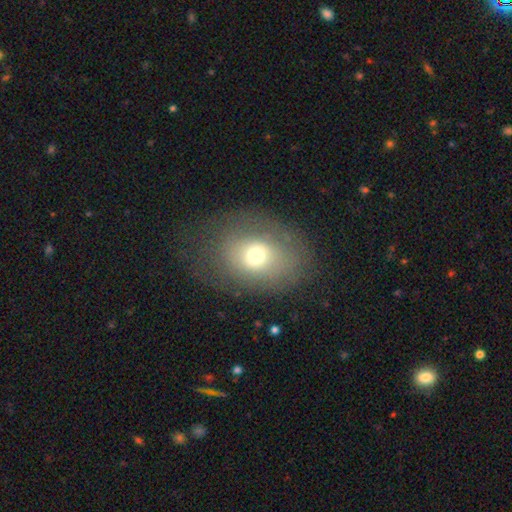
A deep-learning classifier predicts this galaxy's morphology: This appears to be a smooth galaxy with no disk features (63%) that is in between round and cigar-shaped (54%). Merging: none (68%).